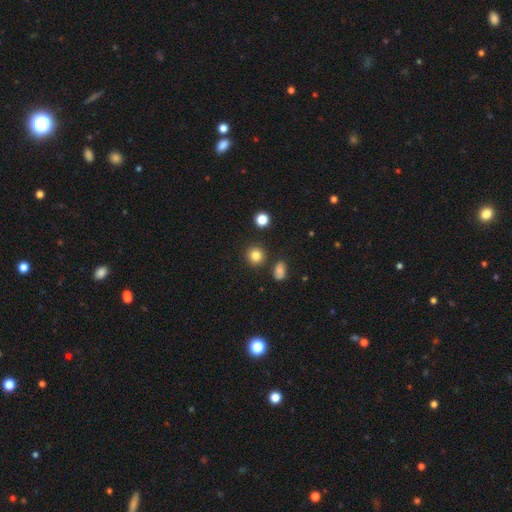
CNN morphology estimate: smooth_or_featured: smooth (p=0.82) [alt: star or artifact p=0.12]
how_rounded: round (p=0.91) [alt: in between p=0.08]
merging: none (p=0.87) [alt: minor disturbance p=0.07]